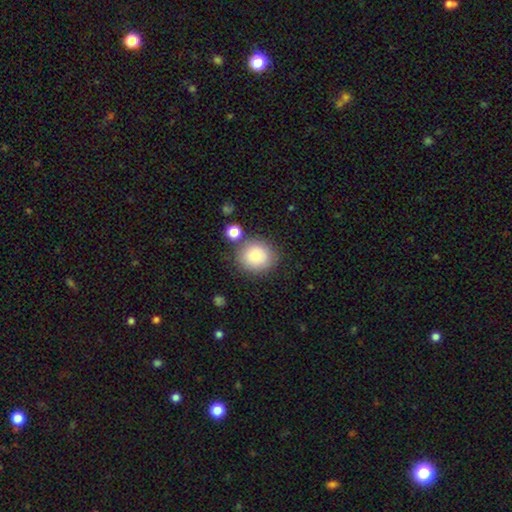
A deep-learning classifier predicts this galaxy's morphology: Overall: smooth (84%). How rounded: round (84%). Merging: none (74%).